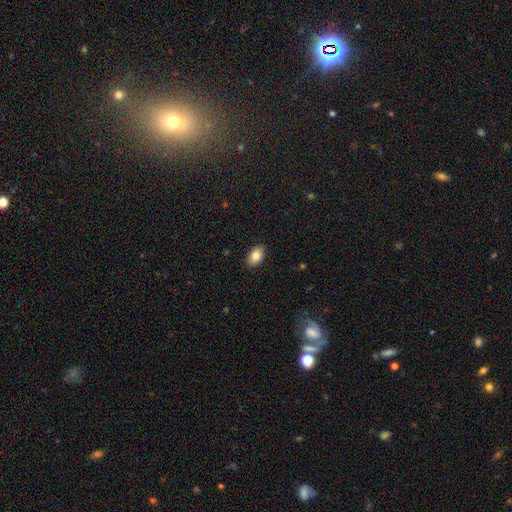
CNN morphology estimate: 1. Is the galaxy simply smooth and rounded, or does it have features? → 84% smooth, 9% featured or disk, 8% star or artifact.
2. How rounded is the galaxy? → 88% in between, 10% round, 1% cigar-shaped.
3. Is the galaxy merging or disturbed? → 88% none, 9% minor disturbance, 2% major disturbance, 1% merger.